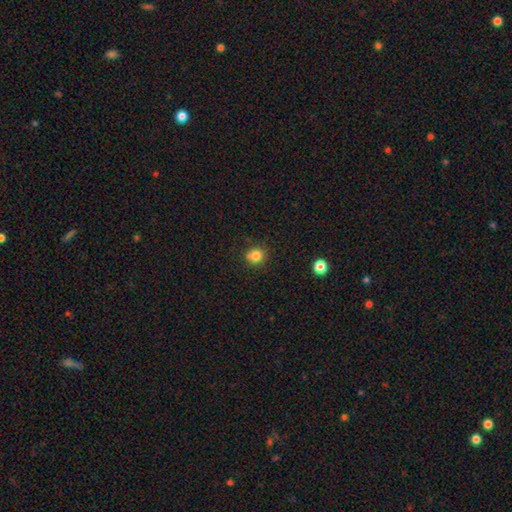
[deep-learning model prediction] Smooth or featured? Predicted: smooth (p=0.83). How rounded? Predicted: round (p=0.89). Merging? Predicted: none (p=0.85).